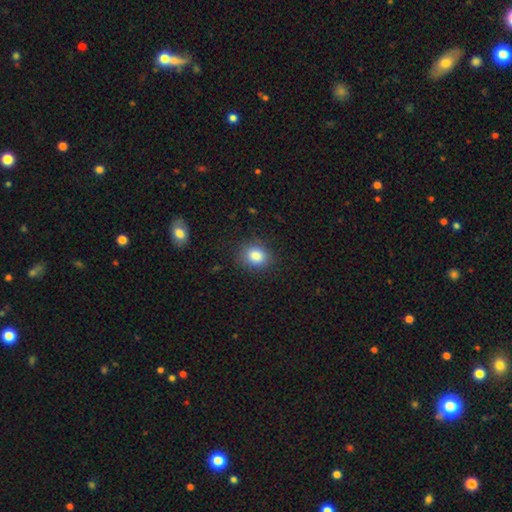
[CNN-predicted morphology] The model was most divided on "how rounded": round: 65%, in between: 34%, cigar-shaped: 1%. More confident: merging — none (86%); smooth or featured — smooth (85%).